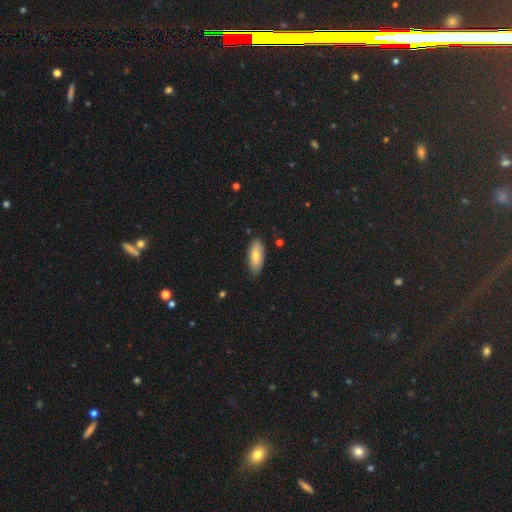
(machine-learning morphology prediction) A smooth galaxy with no disk features (73%) that is in between round and cigar-shaped (82%).

Vote fractions:
- Smooth or featured? smooth: 73% / featured or disk: 21% / star or artifact: 6%
- How rounded? in between: 82% / cigar-shaped: 16% / round: 2%
- Merging? none: 79% / minor disturbance: 17% / major disturbance: 2% / merger: 1%